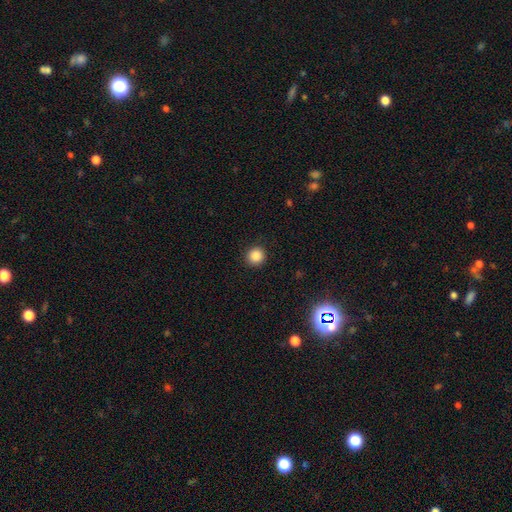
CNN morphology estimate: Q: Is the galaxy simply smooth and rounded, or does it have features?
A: smooth — 86%.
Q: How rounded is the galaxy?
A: round — 94%.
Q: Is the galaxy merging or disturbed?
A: none — 91%.